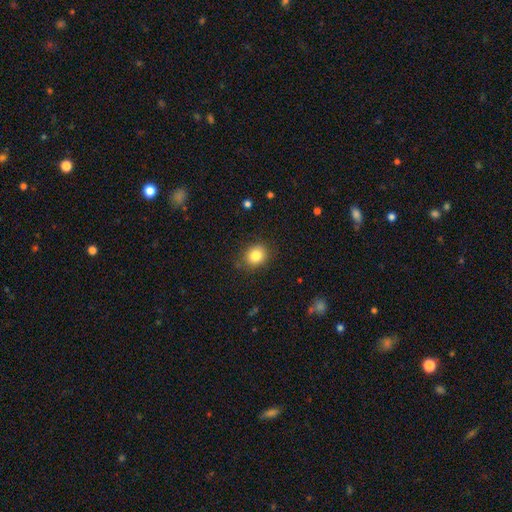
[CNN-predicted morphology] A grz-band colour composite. It shows a smooth galaxy with no disk features (83%) that is round (65%). Merging: none (83%).